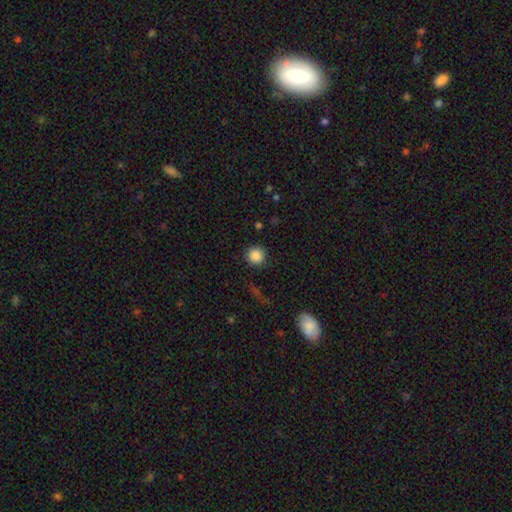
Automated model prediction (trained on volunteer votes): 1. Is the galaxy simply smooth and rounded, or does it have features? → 87% smooth, 10% star or artifact, 3% featured or disk.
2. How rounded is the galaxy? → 95% round, 4% in between, 1% cigar-shaped.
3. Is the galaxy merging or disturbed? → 89% none, 6% minor disturbance, 3% major disturbance, 1% merger.